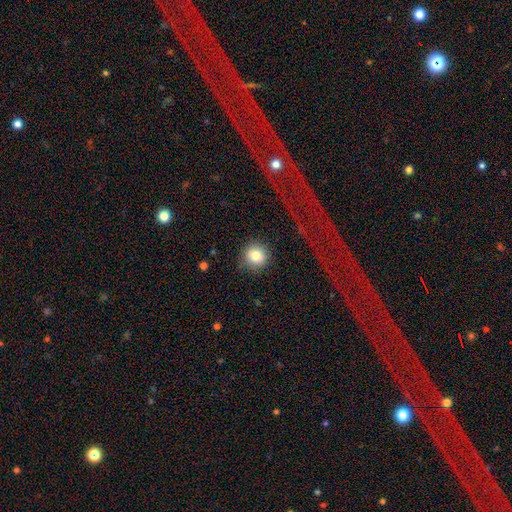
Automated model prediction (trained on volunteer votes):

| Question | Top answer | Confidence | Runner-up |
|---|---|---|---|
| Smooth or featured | smooth | 81% | star or artifact (10%) |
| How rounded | round | 92% | in between (7%) |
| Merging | none | 84% | minor disturbance (10%) |